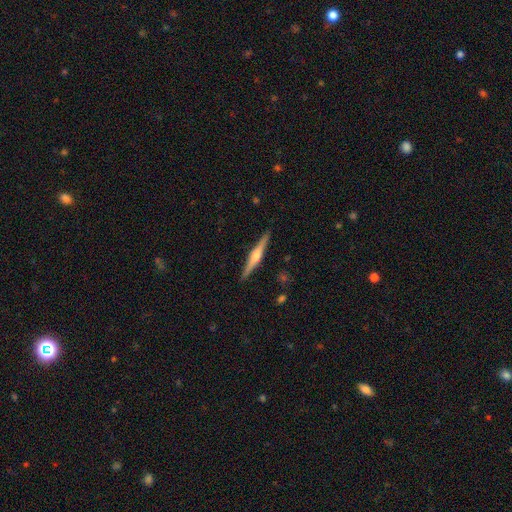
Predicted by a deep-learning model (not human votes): smooth_or_featured: featured or disk (p=0.71) [alt: smooth p=0.24]
disk_edge_on: yes (p=0.98) [alt: no p=0.02]
edge_on_bulge: rounded (p=0.80) [alt: boxy p=0.13]
merging: none (p=0.91) [alt: minor disturbance p=0.07]